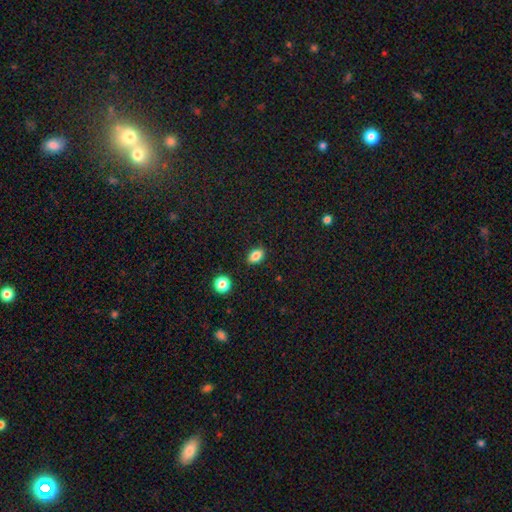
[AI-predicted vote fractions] Smooth or featured: smooth — 85% (star or artifact — 10%)
How rounded: in between — 83% (round — 15%)
Merging: none — 86% (minor disturbance — 9%)